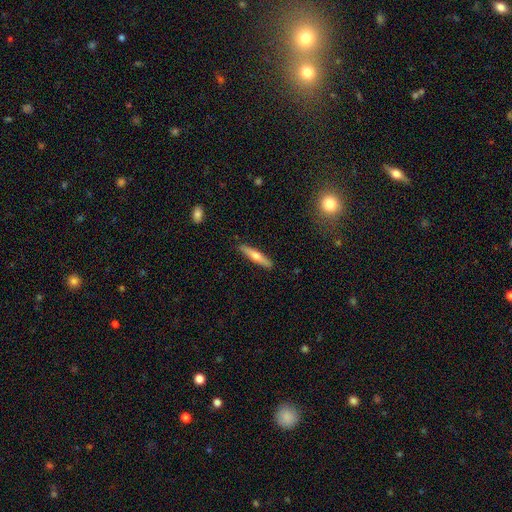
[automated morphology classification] Q: Smooth or featured?
A: smooth (54%); runner-up: featured or disk (40%)
Q: How rounded?
A: cigar-shaped (88%); runner-up: in between (10%)
Q: Merging?
A: none (90%); runner-up: minor disturbance (8%)